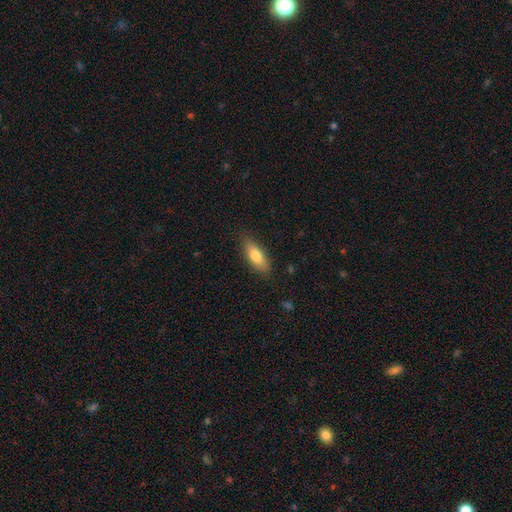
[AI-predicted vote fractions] Smooth or featured: smooth — 77% (featured or disk — 16%)
How rounded: in between — 69% (cigar-shaped — 28%)
Merging: none — 84% (minor disturbance — 12%)